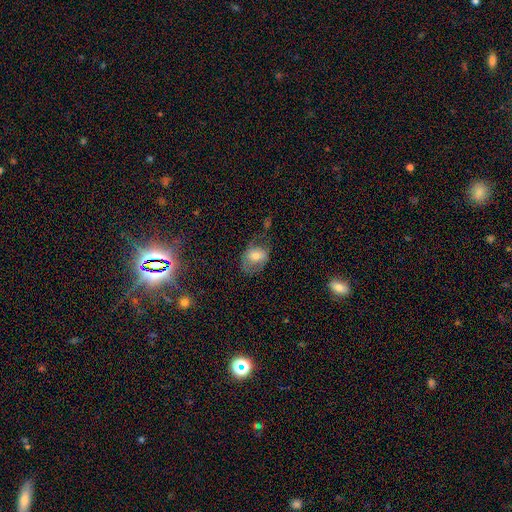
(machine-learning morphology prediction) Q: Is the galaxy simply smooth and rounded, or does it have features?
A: smooth — 63%.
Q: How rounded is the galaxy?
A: in between — 73%.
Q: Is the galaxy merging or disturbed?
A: none — 45%.